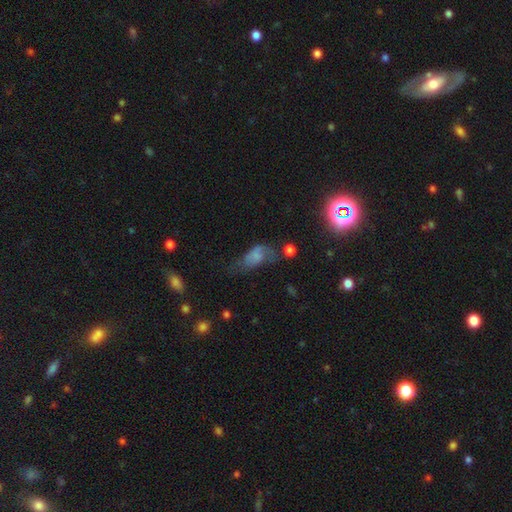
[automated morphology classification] type=smooth (57%); roundness=in between (84%); merging=major disturbance (38%).